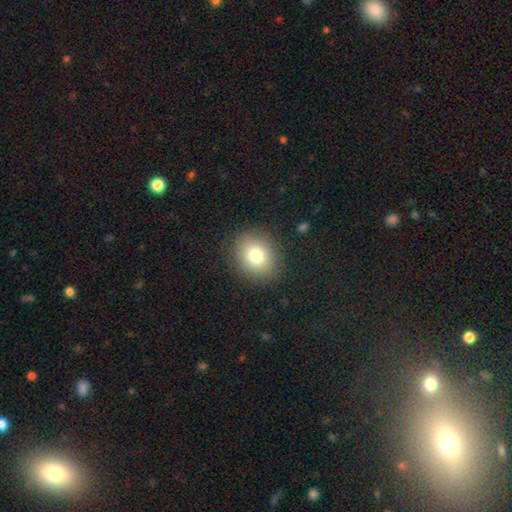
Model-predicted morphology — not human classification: The model was most divided on "how rounded": round: 67%, in between: 32%, cigar-shaped: 1%. More confident: merging — none (88%); smooth or featured — smooth (79%).